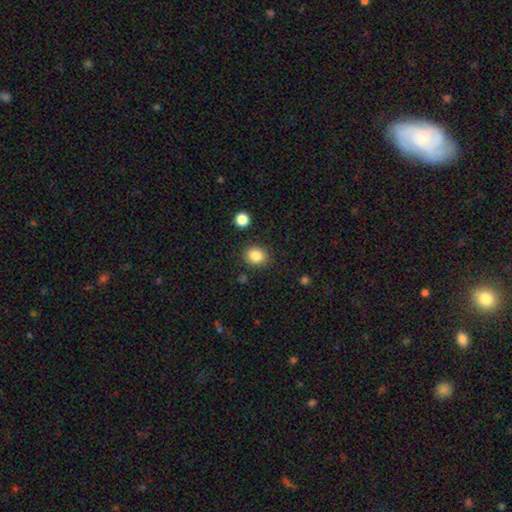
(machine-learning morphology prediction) This appears to be a smooth galaxy with no disk features (85%) that is round (70%). Merging: none (87%).